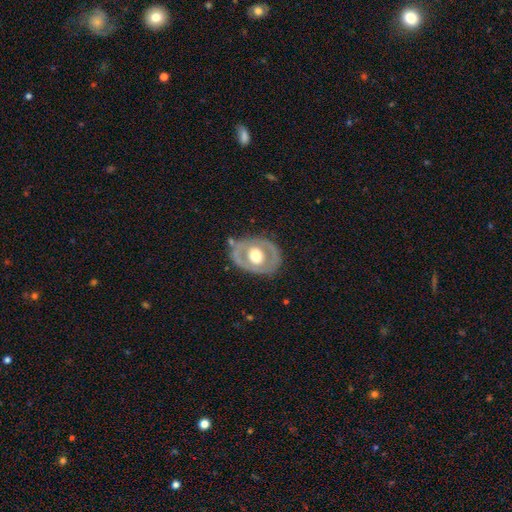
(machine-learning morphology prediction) A featured or disk galaxy (62%) with no bar (82%), no spiral arms (82%) and a moderate central bulge (55%).

Vote fractions:
- Smooth or featured? featured or disk: 62% / smooth: 33% / star or artifact: 5%
- Edge-on disk? no: 93% / yes: 7%
- Bar? no: 82% / weak: 13% / strong: 5%
- Spiral arms? no: 82% / yes: 18%
- Bulge size? moderate: 55% / large: 37% / small: 4% / dominant: 3% / none: 1%
- Merging? none: 73% / minor disturbance: 17% / major disturbance: 7% / merger: 3%